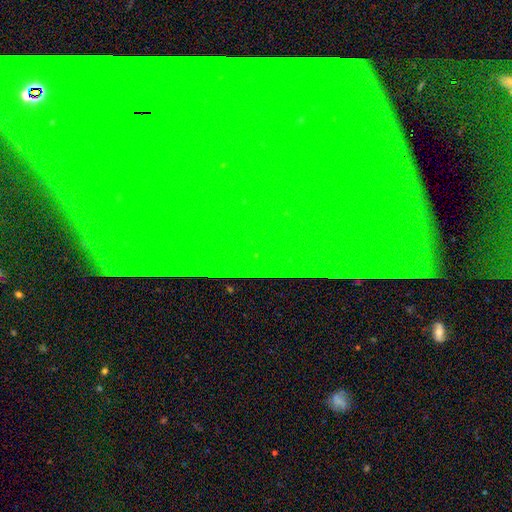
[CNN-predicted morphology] type=star or artifact (80%).